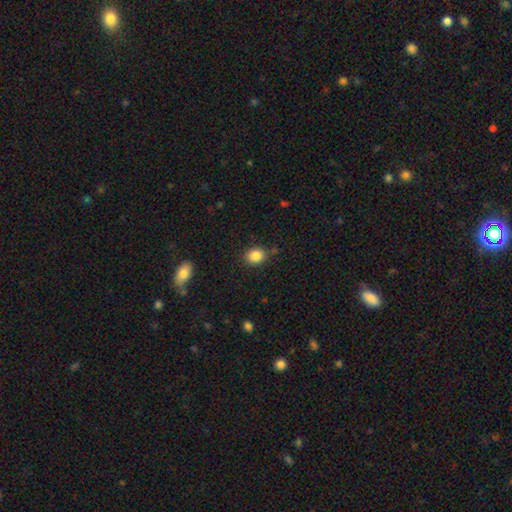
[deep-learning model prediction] Q: Smooth or featured?
A: smooth (86%); runner-up: star or artifact (9%)
Q: How rounded?
A: round (58%); runner-up: in between (41%)
Q: Merging?
A: none (83%); runner-up: minor disturbance (11%)